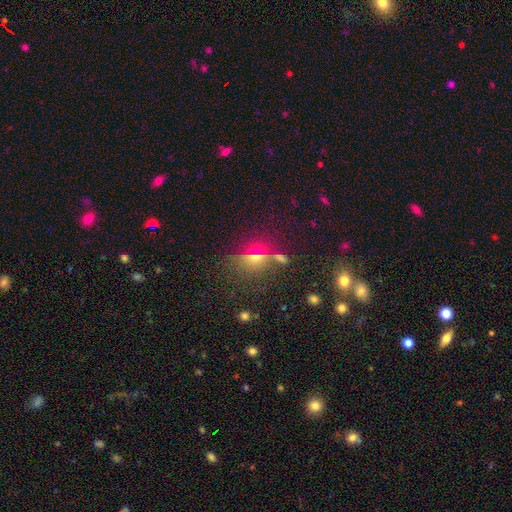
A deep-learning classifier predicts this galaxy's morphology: smooth 43%, star or artifact 36%, featured or disk 21%. Down the decision tree: merging — none (72%).